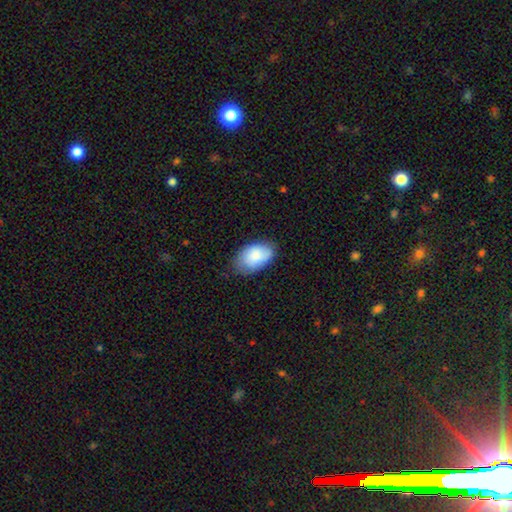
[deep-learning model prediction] smooth 82%, featured or disk 12%, star or artifact 6%. Down the decision tree: how rounded — in between (93%); merging — none (69%).